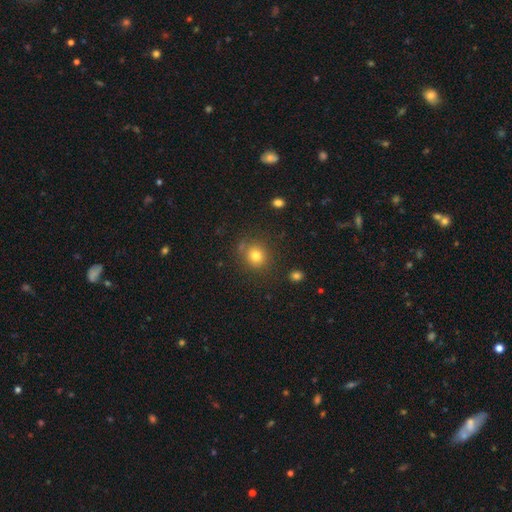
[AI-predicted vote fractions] Q: Smooth or featured?
A: smooth (78%); runner-up: star or artifact (14%)
Q: How rounded?
A: round (83%); runner-up: in between (16%)
Q: Merging?
A: none (80%); runner-up: minor disturbance (11%)